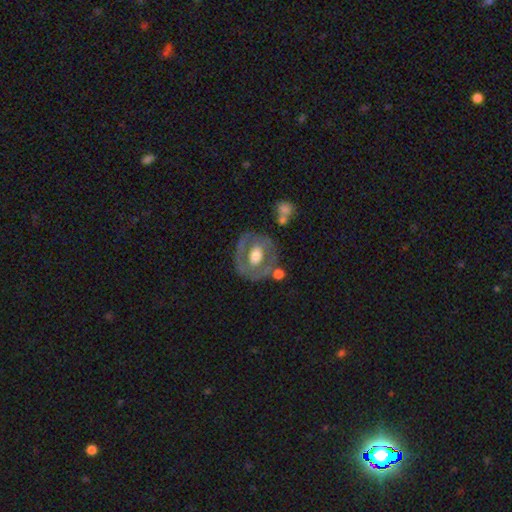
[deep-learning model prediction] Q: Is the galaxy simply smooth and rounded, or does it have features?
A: featured or disk — 58%.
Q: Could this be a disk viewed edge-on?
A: no — 95%.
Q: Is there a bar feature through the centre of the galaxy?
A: no — 69%.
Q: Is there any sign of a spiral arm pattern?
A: no — 79%.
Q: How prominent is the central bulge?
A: moderate — 55%.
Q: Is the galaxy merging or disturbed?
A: none — 66%.